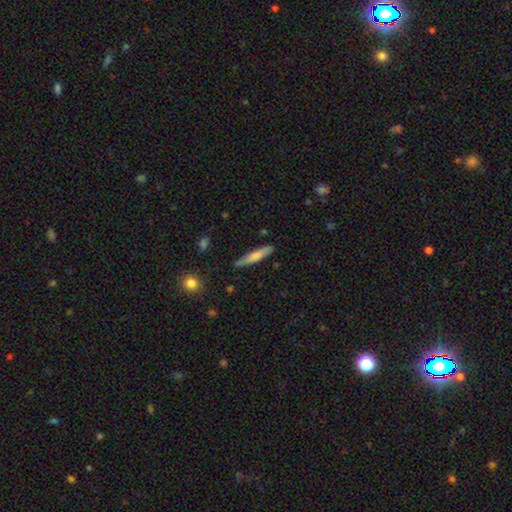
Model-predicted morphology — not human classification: type=smooth (67%); roundness=cigar-shaped (90%); merging=none (83%).